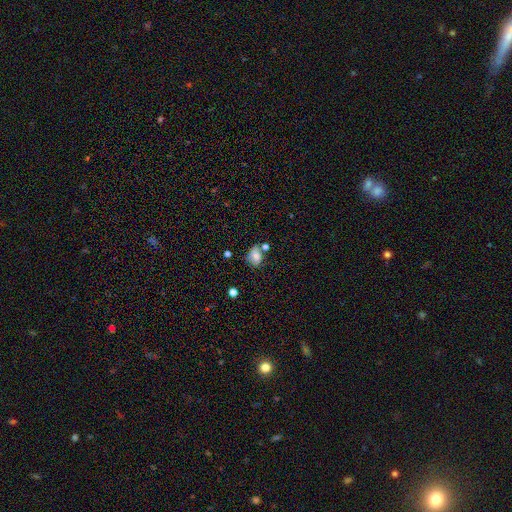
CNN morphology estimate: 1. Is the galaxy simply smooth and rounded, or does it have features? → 73% smooth, 16% featured or disk, 11% star or artifact.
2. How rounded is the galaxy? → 71% in between, 28% round, 2% cigar-shaped.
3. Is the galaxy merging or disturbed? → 44% none, 25% minor disturbance, 20% merger, 10% major disturbance.